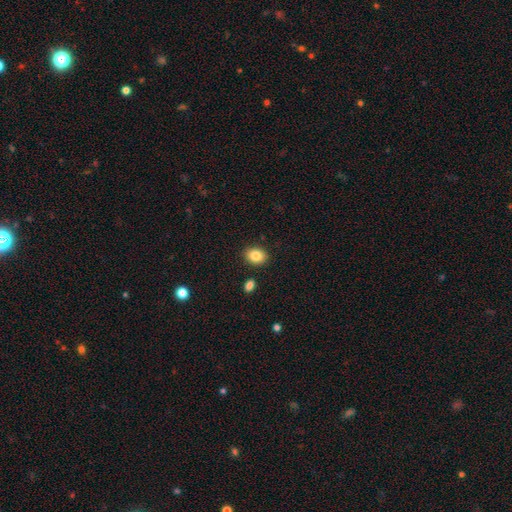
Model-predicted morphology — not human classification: A smooth galaxy with no disk features (86%) that is in between round and cigar-shaped (61%).

Vote fractions:
- Smooth or featured? smooth: 86% / star or artifact: 8% / featured or disk: 6%
- How rounded? in between: 61% / round: 38% / cigar-shaped: 1%
- Merging? none: 88% / minor disturbance: 8% / merger: 3% / major disturbance: 2%